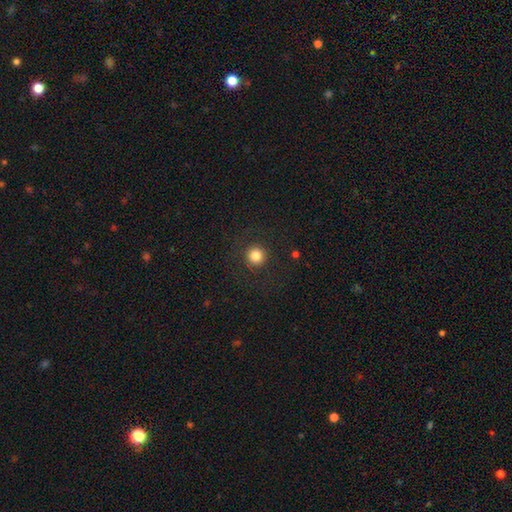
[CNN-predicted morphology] This is clearly a smooth galaxy (84%). How rounded: clearly round (95%). Merging: clearly none (90%).